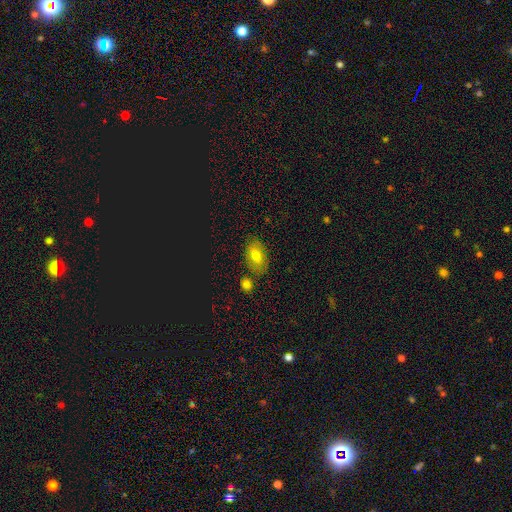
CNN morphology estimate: The model was most divided on "smooth or featured": smooth: 70%, featured or disk: 19%, star or artifact: 11%. More confident: how rounded — in between (90%); merging — none (75%).